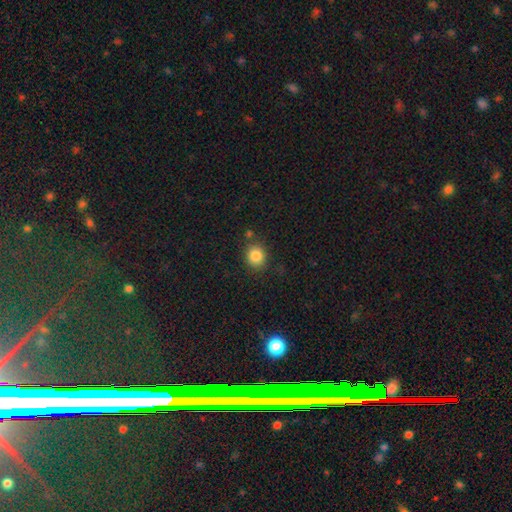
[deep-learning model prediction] Smooth or featured: smooth — 85% (star or artifact — 10%)
How rounded: round — 74% (in between — 25%)
Merging: none — 80% (minor disturbance — 12%)